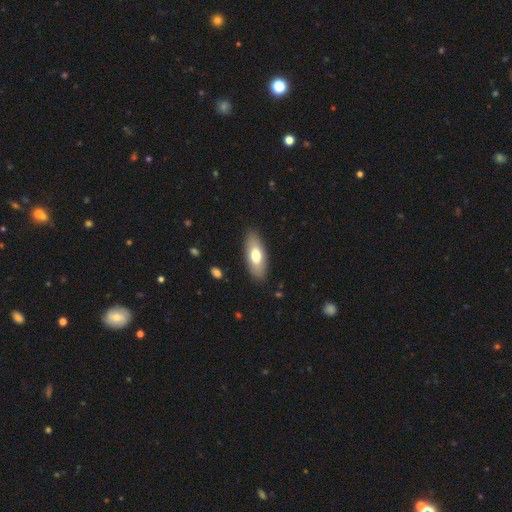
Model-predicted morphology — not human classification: A smooth galaxy with no disk features (69%) that is in between round and cigar-shaped (77%).

Vote fractions:
- Smooth or featured? smooth: 69% / featured or disk: 25% / star or artifact: 6%
- How rounded? in between: 77% / cigar-shaped: 21% / round: 2%
- Merging? none: 87% / minor disturbance: 9% / major disturbance: 2% / merger: 1%